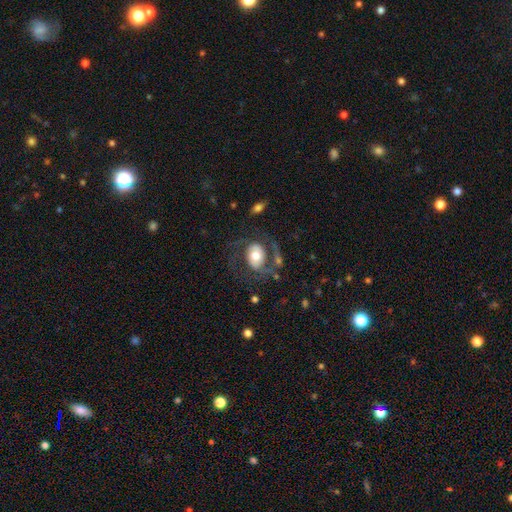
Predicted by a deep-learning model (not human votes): smooth-or-featured: featured or disk: 62% | smooth: 31% | star or artifact: 7%
  disk-edge-on: no: 96% | yes: 4%
    bar: no: 55% | weak: 30% | strong: 16%
    has-spiral-arms: yes: 80% | no: 20%
    bulge-size: moderate: 58% | large: 26% | small: 11% | dominant: 4% | none: 2%
  merging: none: 51% | major disturbance: 27% | minor disturbance: 17% | merger: 5%